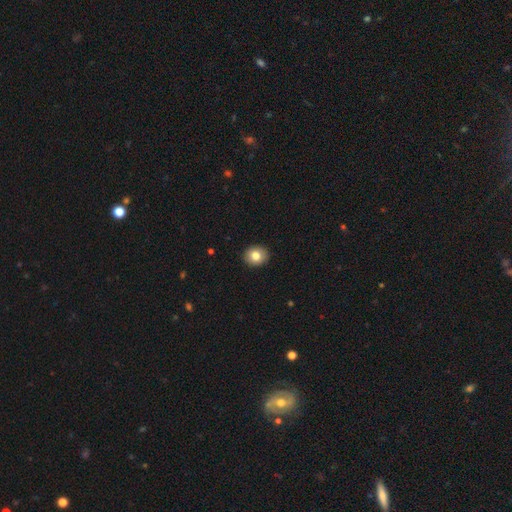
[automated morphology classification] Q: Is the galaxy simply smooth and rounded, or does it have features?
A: smooth — 81%.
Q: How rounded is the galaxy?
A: round — 67%.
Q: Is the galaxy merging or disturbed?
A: none — 91%.